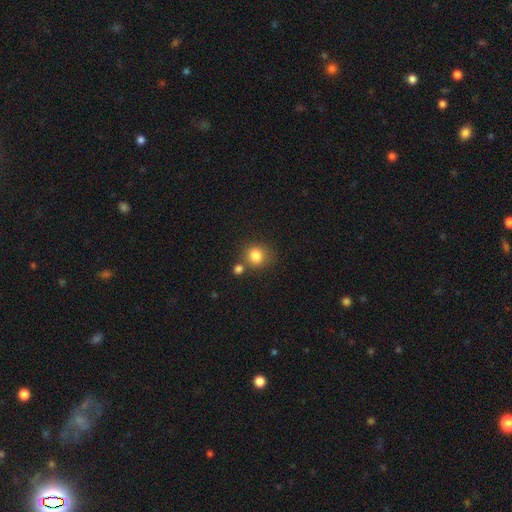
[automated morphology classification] smooth 83%, star or artifact 11%, featured or disk 6%. Down the decision tree: how rounded — round (83%); merging — none (69%).